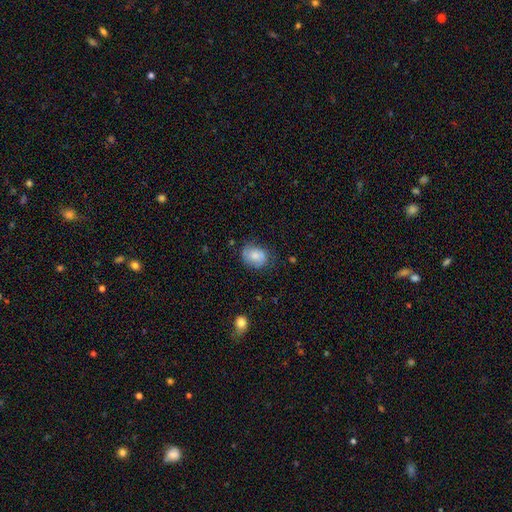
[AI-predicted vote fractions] A smooth galaxy with no disk features (71%) that is in between round and cigar-shaped (57%).

Vote fractions:
- Smooth or featured? smooth: 71% / featured or disk: 21% / star or artifact: 8%
- How rounded? in between: 57% / round: 42% / cigar-shaped: 1%
- Merging? none: 63% / minor disturbance: 26% / major disturbance: 9% / merger: 2%